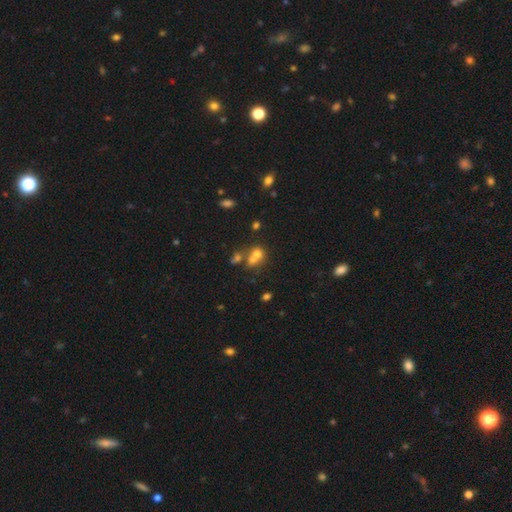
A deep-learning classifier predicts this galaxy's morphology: smooth 64%, featured or disk 19%, star or artifact 17%. Down the decision tree: how rounded — round (61%); merging — merger (61%).